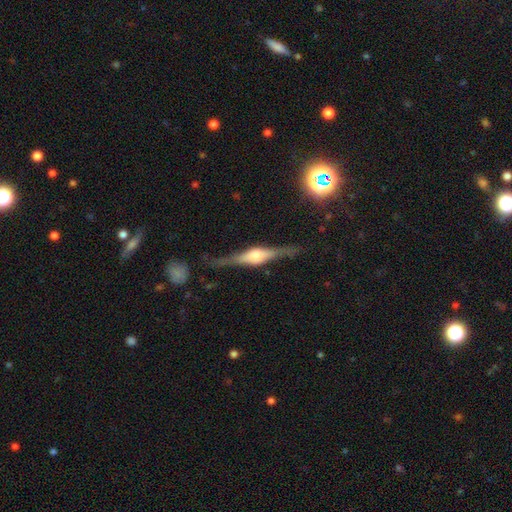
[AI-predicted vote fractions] featured or disk 81%, smooth 13%, star or artifact 6%. Down the decision tree: edge-on disk — yes (97%); edge-on bulge — rounded (85%); merging — none (81%).